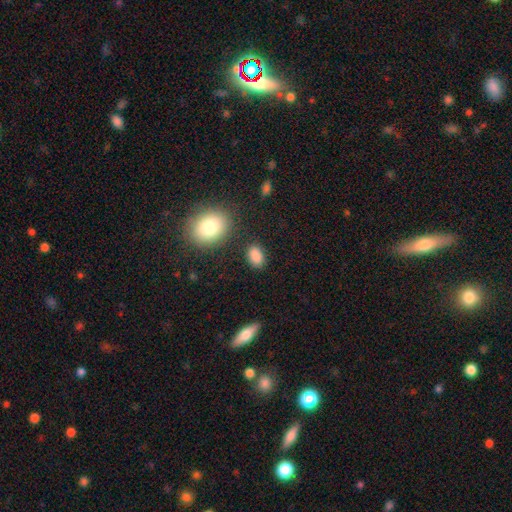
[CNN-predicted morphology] Smooth or featured?
  - smooth: 87% *
  - star or artifact: 9%
  - featured or disk: 4%
How rounded?
  - in between: 87% *
  - round: 12%
  - cigar-shaped: 2%
Merging?
  - none: 83% *
  - minor disturbance: 11%
  - merger: 3%
  - major disturbance: 3%